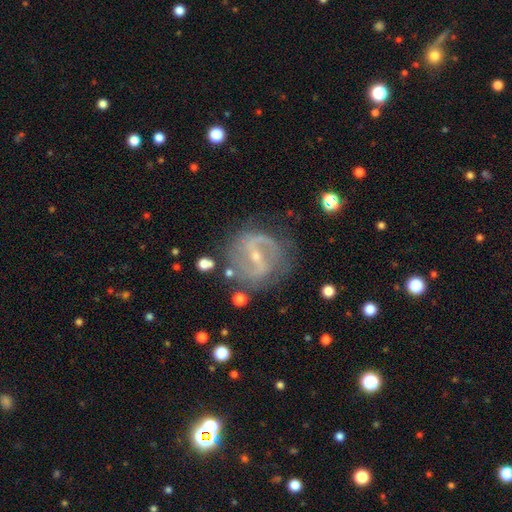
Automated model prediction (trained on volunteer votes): smooth_or_featured: featured or disk (p=0.85) [alt: smooth p=0.09]
disk_edge_on: no (p=0.96) [alt: yes p=0.04]
bar: strong (p=0.47) [alt: weak p=0.38]
has_spiral_arms: yes (p=0.90) [alt: no p=0.10]
spiral_winding: medium (p=0.47) [alt: loose p=0.29]
spiral_arm_count: 2 (p=0.84) [alt: can't tell p=0.08]
bulge_size: small (p=0.69) [alt: moderate p=0.28]
merging: none (p=0.74) [alt: minor disturbance p=0.16]